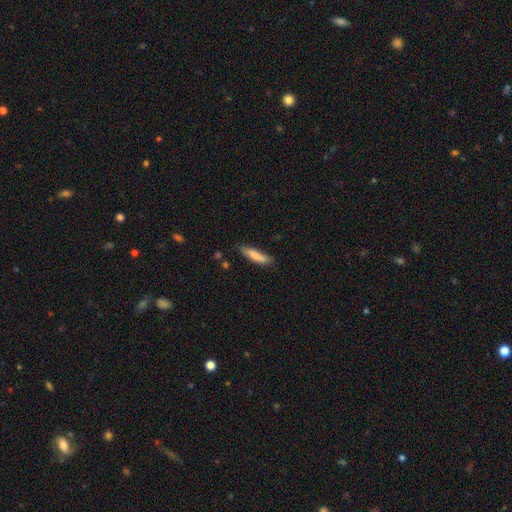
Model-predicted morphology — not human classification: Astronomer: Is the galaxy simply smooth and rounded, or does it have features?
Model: smooth — 77%.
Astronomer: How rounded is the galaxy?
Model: cigar-shaped — 80%.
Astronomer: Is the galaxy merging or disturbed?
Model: none — 75%.